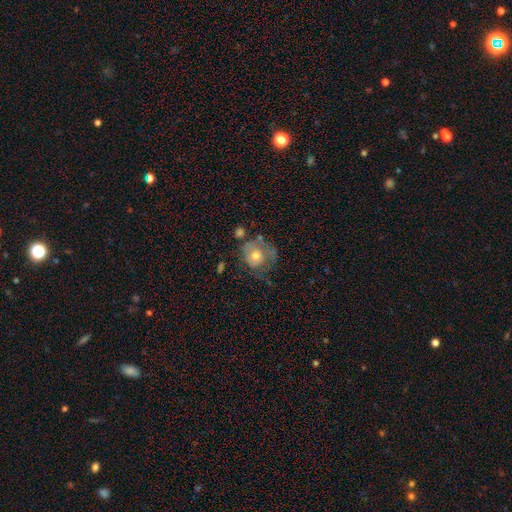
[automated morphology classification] This appears to be a smooth galaxy with no disk features (48%). Merging: none (42%).